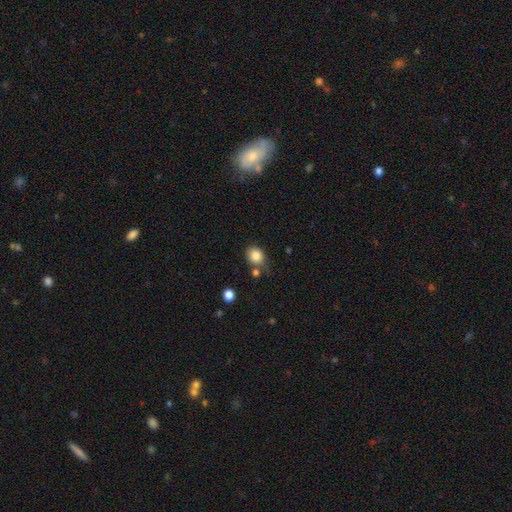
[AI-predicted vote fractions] Q: Smooth or featured?
A: smooth (85%); runner-up: star or artifact (10%)
Q: How rounded?
A: round (60%); runner-up: in between (39%)
Q: Merging?
A: none (62%); runner-up: minor disturbance (19%)